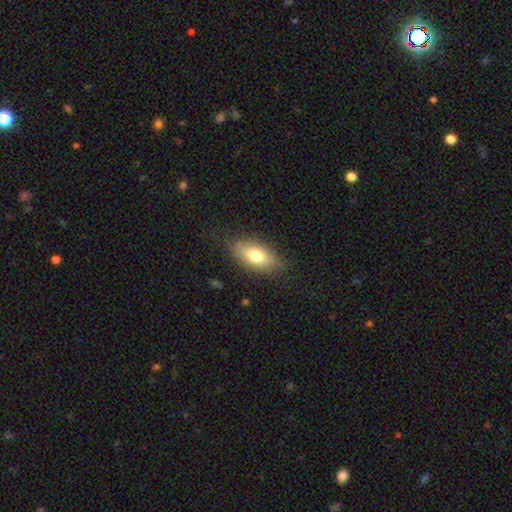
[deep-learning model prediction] Smooth or featured: smooth — 73% (featured or disk — 20%)
How rounded: in between — 84% (cigar-shaped — 11%)
Merging: none — 80% (minor disturbance — 14%)